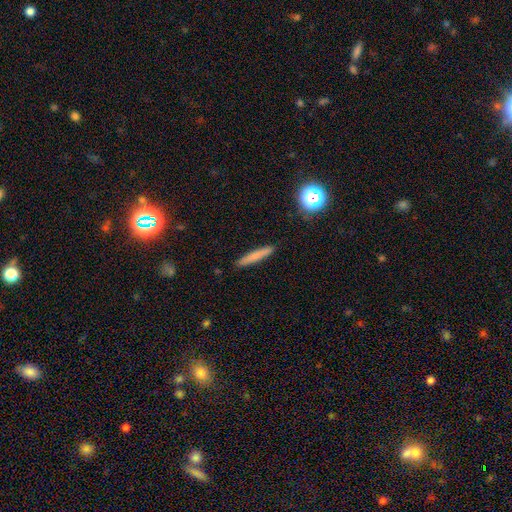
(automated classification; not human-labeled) Smooth or featured? Predicted: smooth (p=0.73). How rounded? Predicted: cigar-shaped (p=0.94). Merging? Predicted: none (p=0.90).